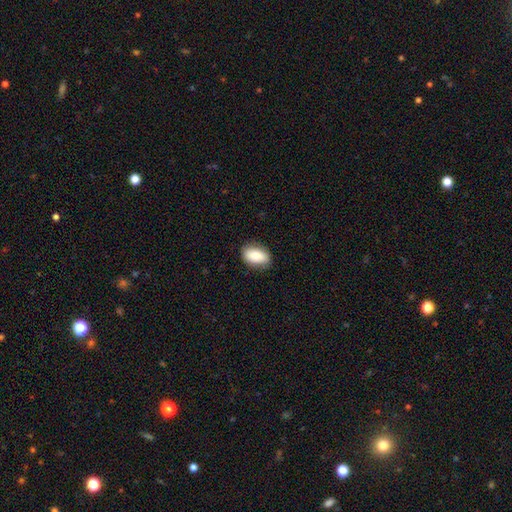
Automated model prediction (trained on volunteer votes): The model was most divided on "smooth or featured": smooth: 80%, featured or disk: 13%, star or artifact: 7%. More confident: how rounded — in between (89%); merging — none (83%).